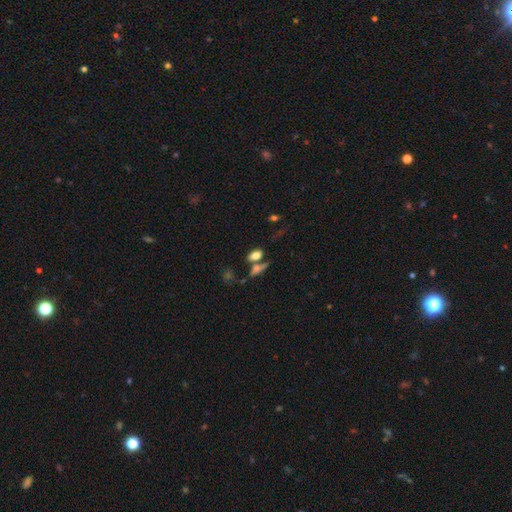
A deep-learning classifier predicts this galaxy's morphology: The model was most divided on "merging": none: 52%, merger: 29%, minor disturbance: 12%, major disturbance: 6%. More confident: how rounded — in between (85%); smooth or featured — smooth (72%).